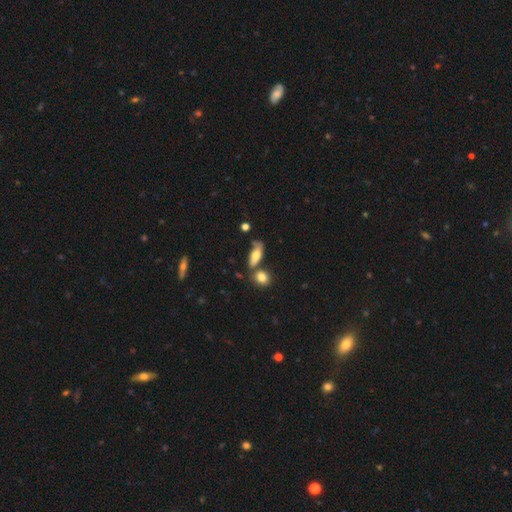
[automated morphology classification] This is likely a smooth galaxy (66%). How rounded: likely in between (70%). Merging: possibly none (58%).